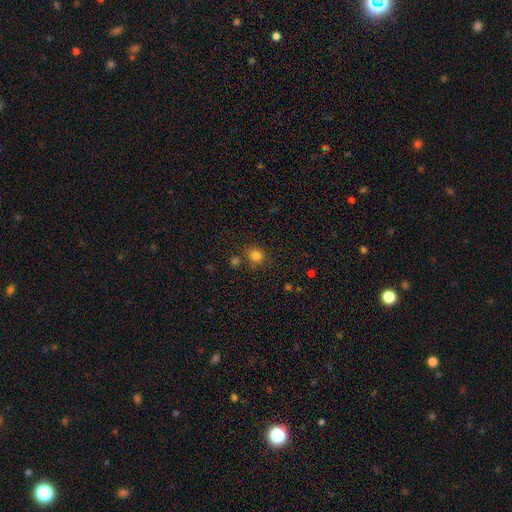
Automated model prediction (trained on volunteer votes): smooth-or-featured: smooth: 80% | star or artifact: 14% | featured or disk: 5%
  how-rounded: round: 83% | in between: 16% | cigar-shaped: 1%
  merging: none: 77% | minor disturbance: 10% | merger: 9% | major disturbance: 4%